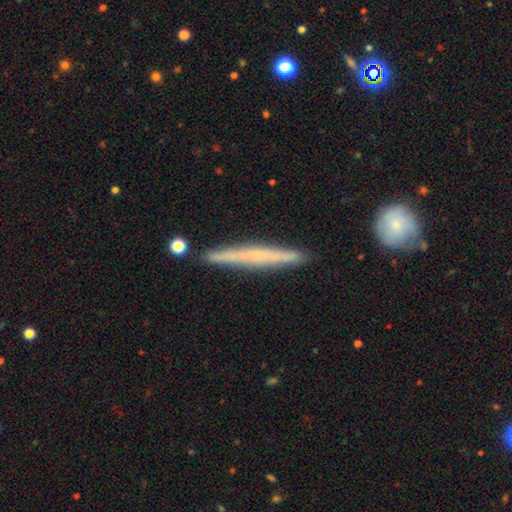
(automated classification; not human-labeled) The model was most divided on "smooth or featured": featured or disk: 52%, smooth: 42%, star or artifact: 6%. More confident: edge-on disk — yes (96%); merging — none (88%).